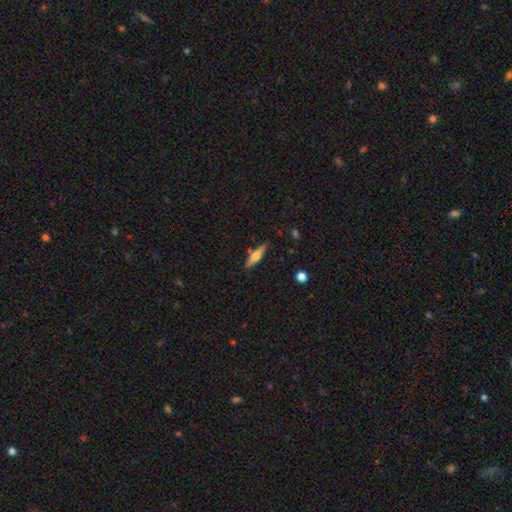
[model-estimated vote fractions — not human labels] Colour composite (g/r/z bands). It shows a featured or disk galaxy (48%). Merging: none (84%).